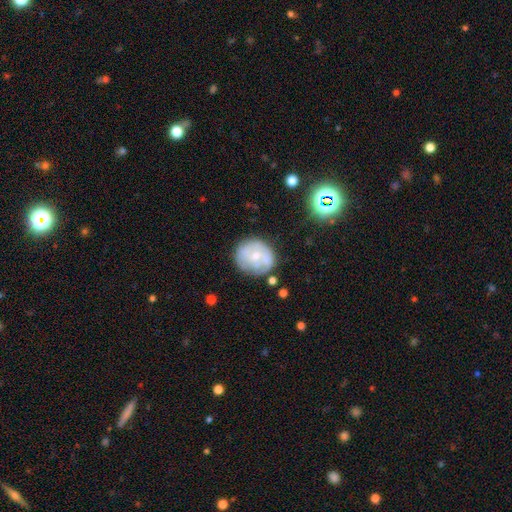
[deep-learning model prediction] featured or disk 53%, smooth 39%, star or artifact 8%. Down the decision tree: edge-on disk — no (97%); bar — no (78%); spiral arms — yes (54%); bulge size — small (56%); merging — none (65%).